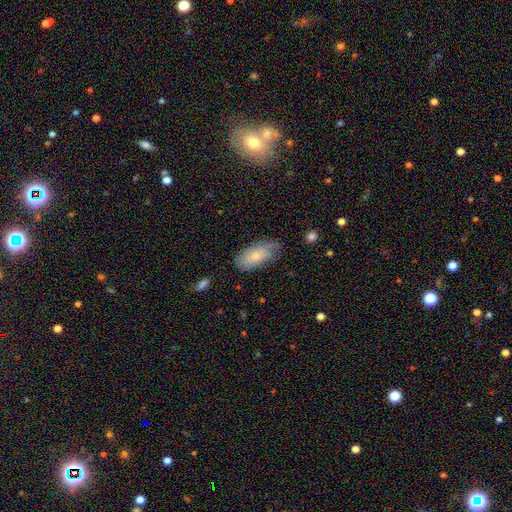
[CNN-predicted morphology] smooth 73%, featured or disk 20%, star or artifact 7%. Down the decision tree: how rounded — in between (91%); merging — none (64%).